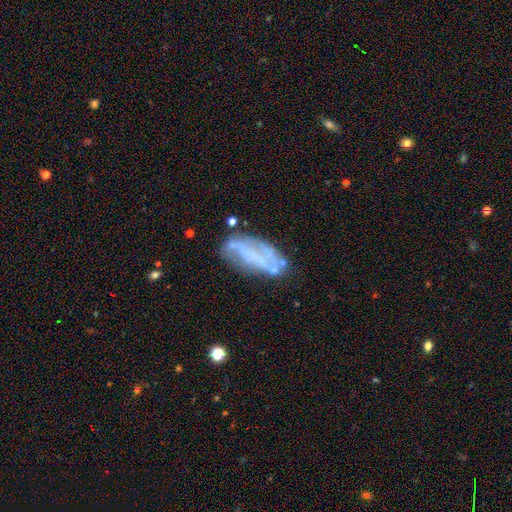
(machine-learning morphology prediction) featured or disk 60%, smooth 28%, star or artifact 11%. Down the decision tree: edge-on disk — no (86%); bar — no (46%); spiral arms — no (56%); bulge size — none (66%); merging — none (57%).